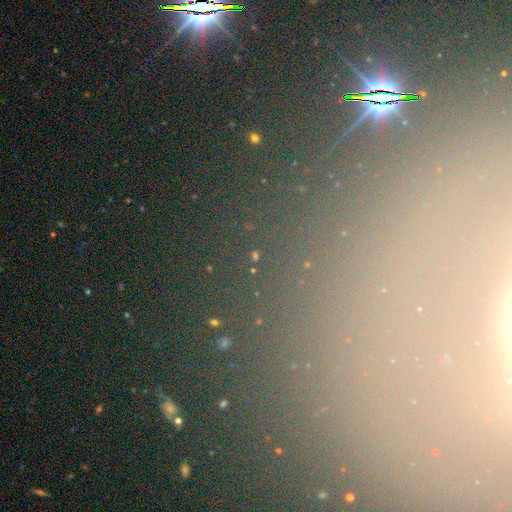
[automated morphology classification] Q: Smooth or featured?
A: star or artifact (77%); runner-up: smooth (14%)